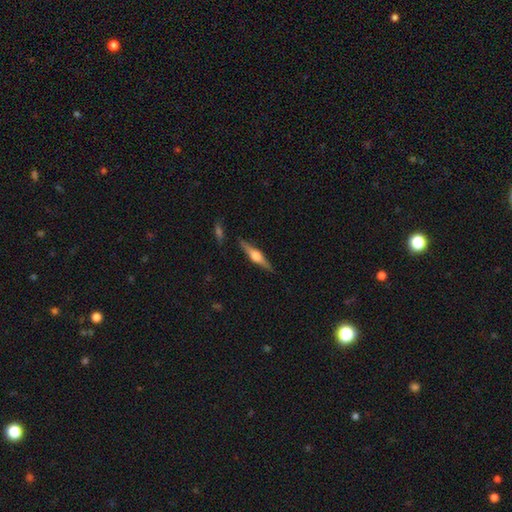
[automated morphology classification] Q: Smooth or featured?
A: featured or disk (73%); runner-up: smooth (21%)
Q: Edge-on disk?
A: yes (98%); runner-up: no (2%)
Q: Edge-on bulge?
A: rounded (92%); runner-up: boxy (6%)
Q: Merging?
A: none (88%); runner-up: minor disturbance (8%)